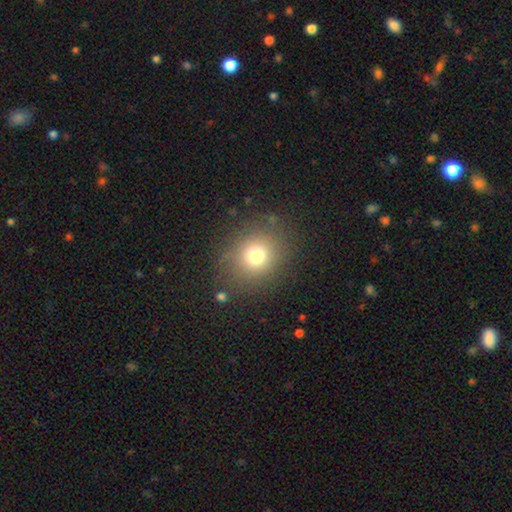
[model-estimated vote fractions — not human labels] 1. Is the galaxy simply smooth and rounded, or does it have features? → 73% smooth, 16% star or artifact, 11% featured or disk.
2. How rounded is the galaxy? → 81% round, 18% in between, 1% cigar-shaped.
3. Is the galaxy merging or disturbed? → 83% none, 10% minor disturbance, 6% major disturbance, 2% merger.